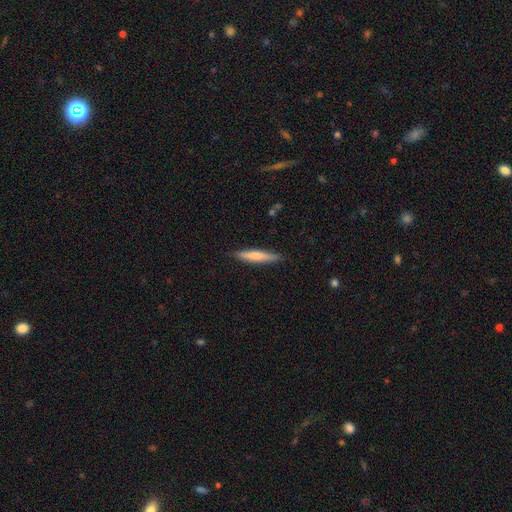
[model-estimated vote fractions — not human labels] Overall: smooth (64%; featured or disk 31%). How rounded: cigar-shaped (91%). Merging: none (88%).